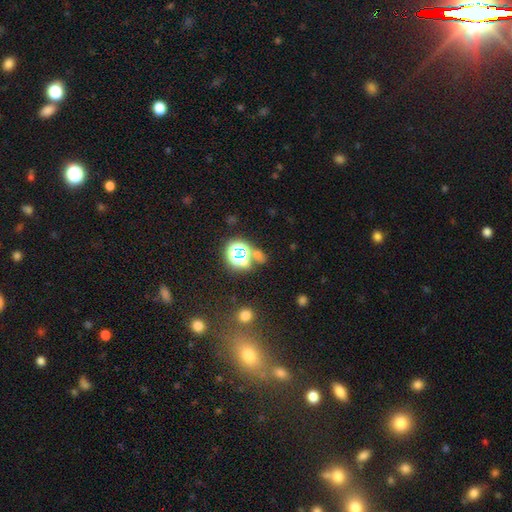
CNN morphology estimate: The model was most divided on "smooth or featured": star or artifact: 60%, smooth: 29%, featured or disk: 11%.